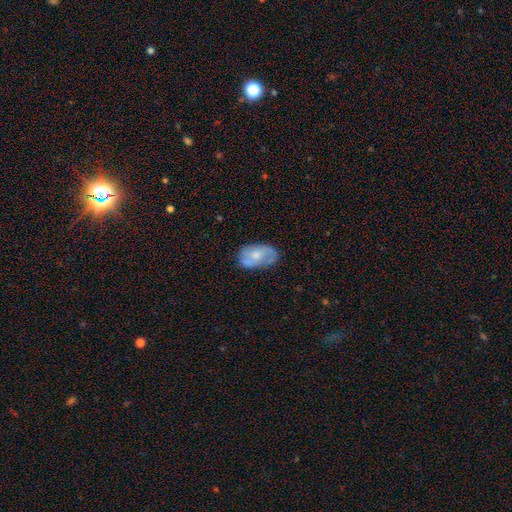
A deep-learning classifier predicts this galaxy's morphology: A featured or disk galaxy (47%, tied with smooth). Merging: none (64%).